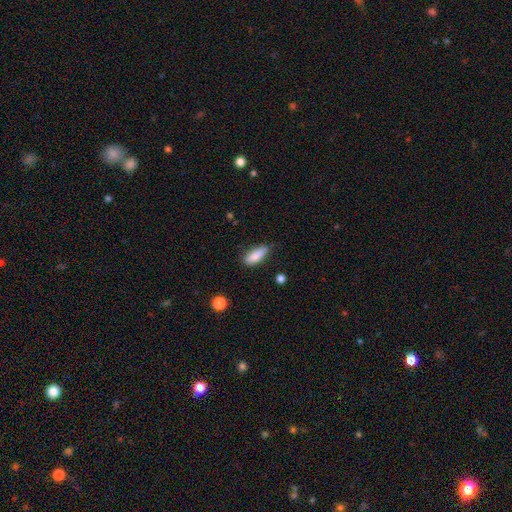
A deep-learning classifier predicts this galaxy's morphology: This is clearly a smooth galaxy (85%). How rounded: likely in between (66%). Merging: likely none (73%).